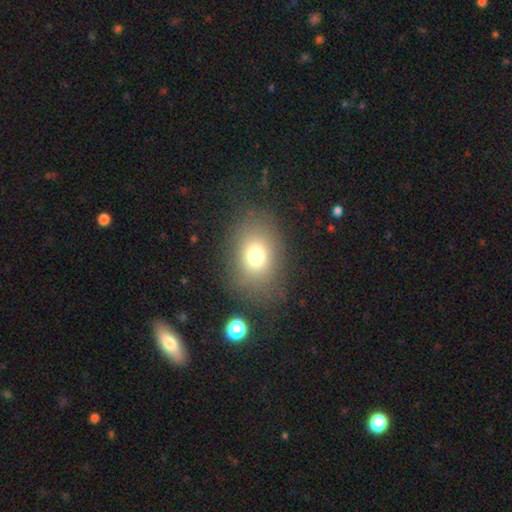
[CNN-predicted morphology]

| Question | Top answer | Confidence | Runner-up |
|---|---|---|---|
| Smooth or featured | smooth | 73% | star or artifact (15%) |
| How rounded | in between | 60% | round (38%) |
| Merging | none | 77% | minor disturbance (13%) |